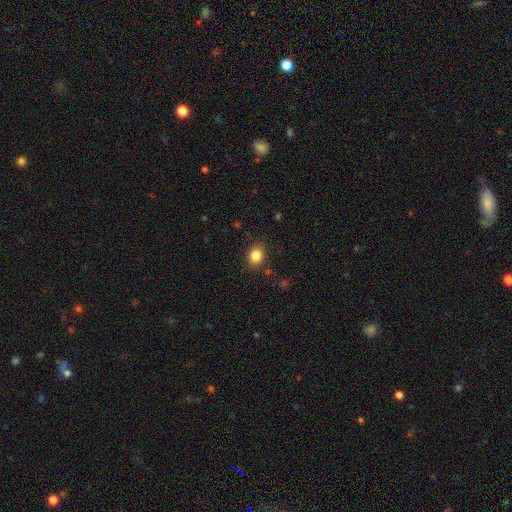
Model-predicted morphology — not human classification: smooth-or-featured: smooth: 85% | star or artifact: 10% | featured or disk: 5%
  how-rounded: round: 59% | in between: 40% | cigar-shaped: 1%
  merging: none: 86% | minor disturbance: 10% | major disturbance: 3% | merger: 1%